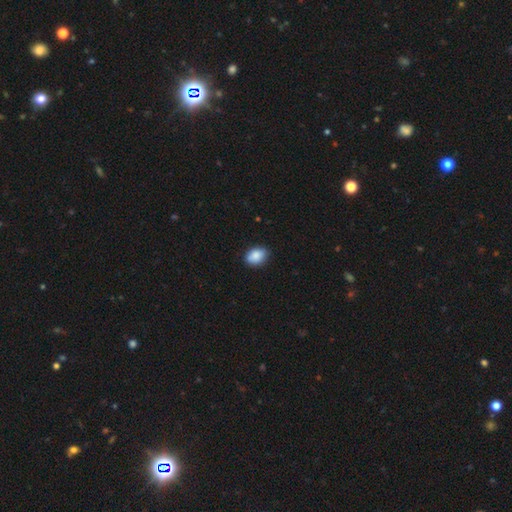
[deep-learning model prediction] Smooth or featured? Predicted: smooth (p=0.87). How rounded? Predicted: in between (p=0.77). Merging? Predicted: none (p=0.82).